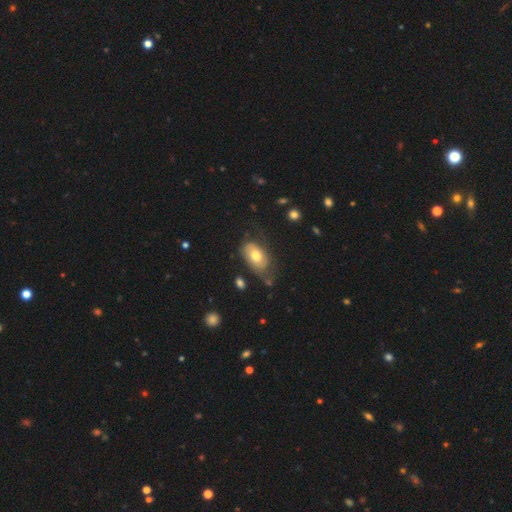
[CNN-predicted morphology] smooth_or_featured: smooth (p=0.49) [alt: featured or disk p=0.44]
merging: none (p=0.46) [alt: minor disturbance p=0.31]